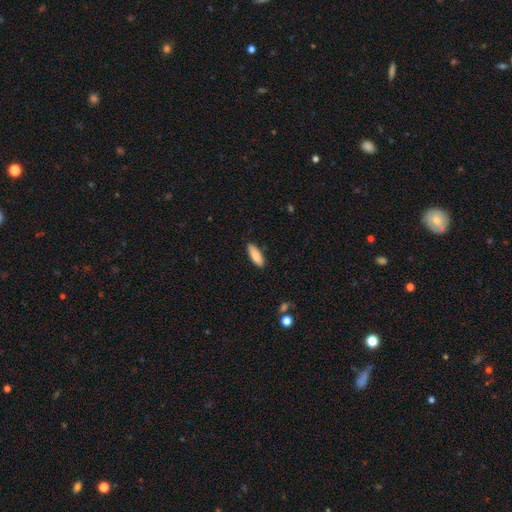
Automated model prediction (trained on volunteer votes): smooth_or_featured: smooth (p=0.86) [alt: featured or disk p=0.08]
how_rounded: in between (p=0.61) [alt: cigar-shaped p=0.38]
merging: none (p=0.86) [alt: minor disturbance p=0.11]